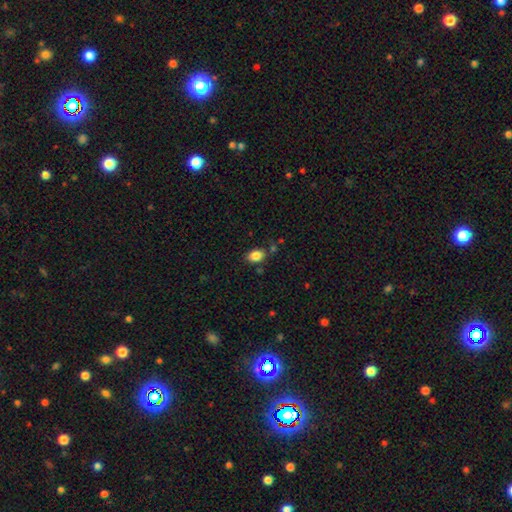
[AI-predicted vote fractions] This is clearly a smooth galaxy (85%). How rounded: likely in between (79%). Merging: likely none (78%).